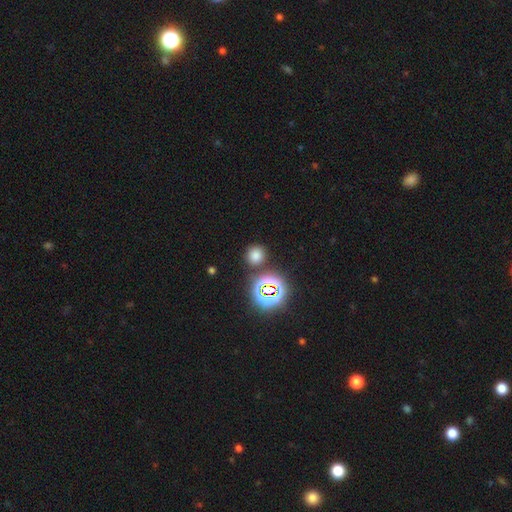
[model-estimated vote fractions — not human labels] A smooth galaxy with no disk features (69%) that is round (86%).

Vote fractions:
- Smooth or featured? smooth: 69% / star or artifact: 25% / featured or disk: 6%
- How rounded? round: 86% / in between: 13% / cigar-shaped: 1%
- Merging? none: 83% / minor disturbance: 8% / merger: 6% / major disturbance: 3%